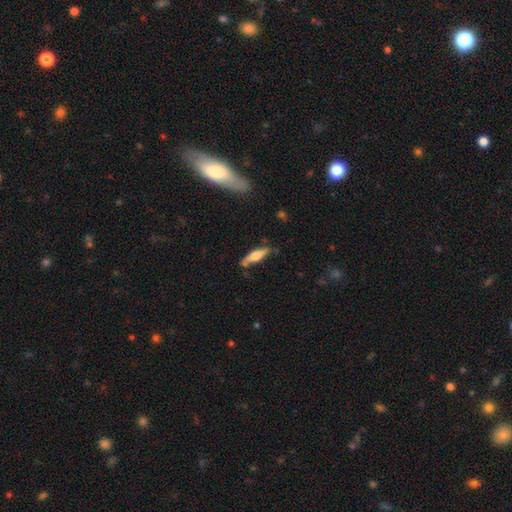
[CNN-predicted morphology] A smooth galaxy with no disk features (49%).

Vote fractions:
- Smooth or featured? smooth: 49% / featured or disk: 44% / star or artifact: 7%
- Merging? none: 71% / minor disturbance: 19% / merger: 5% / major disturbance: 5%